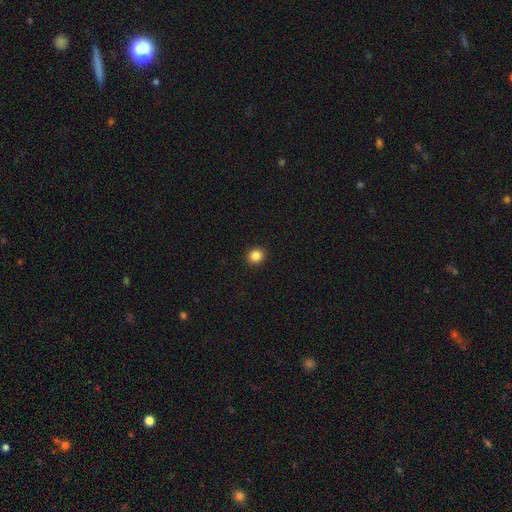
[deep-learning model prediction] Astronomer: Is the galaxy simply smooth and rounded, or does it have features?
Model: smooth — 85%.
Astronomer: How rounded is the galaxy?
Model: round — 82%.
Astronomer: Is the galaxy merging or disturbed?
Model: none — 93%.